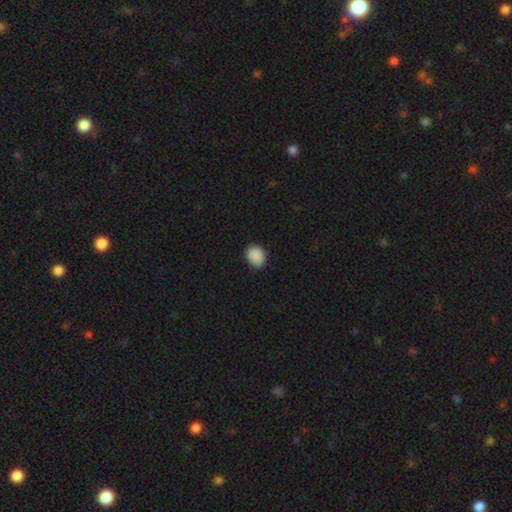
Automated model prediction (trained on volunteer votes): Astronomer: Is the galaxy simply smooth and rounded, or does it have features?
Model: smooth — 89%.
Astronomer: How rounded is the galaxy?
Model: in between — 58% (runner-up: round, 41%).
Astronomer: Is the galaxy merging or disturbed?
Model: none — 83%.